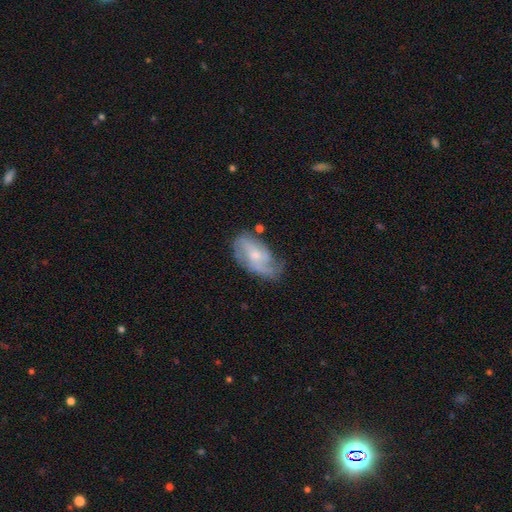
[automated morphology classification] Q: Smooth or featured?
A: featured or disk (65%); runner-up: smooth (28%)
Q: Edge-on disk?
A: no (94%); runner-up: yes (6%)
Q: Bar?
A: no (62%); runner-up: weak (32%)
Q: Spiral arms?
A: yes (81%); runner-up: no (19%)
Q: Bulge size?
A: small (57%); runner-up: moderate (36%)
Q: Merging?
A: none (51%); runner-up: minor disturbance (31%)